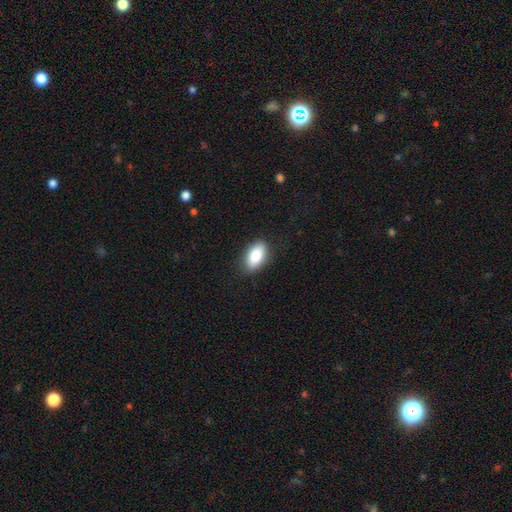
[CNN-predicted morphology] Q: Smooth or featured?
A: smooth (85%); runner-up: featured or disk (8%)
Q: How rounded?
A: in between (91%); runner-up: round (4%)
Q: Merging?
A: none (86%); runner-up: minor disturbance (11%)